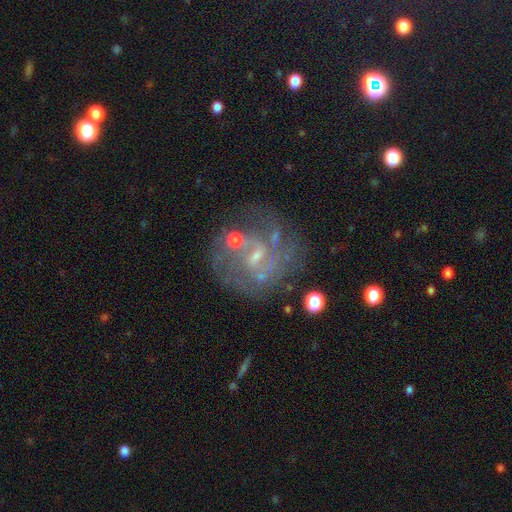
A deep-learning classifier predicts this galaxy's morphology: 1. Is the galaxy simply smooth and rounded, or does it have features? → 77% featured or disk, 12% smooth, 10% star or artifact.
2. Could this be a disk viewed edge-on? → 98% no, 2% yes.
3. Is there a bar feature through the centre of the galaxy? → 50% weak, 39% no, 11% strong.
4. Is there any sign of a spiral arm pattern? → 78% yes, 22% no.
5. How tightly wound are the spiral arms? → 43% medium, 35% tight, 22% loose.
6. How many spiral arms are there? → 38% 2, 33% can't tell, 13% 3, 7% 1, 5% 4, 4% more than 4.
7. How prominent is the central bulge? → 62% small, 20% moderate, 15% none, 1% large, 1% dominant.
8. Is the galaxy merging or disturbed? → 55% none, 18% minor disturbance, 17% major disturbance, 11% merger.